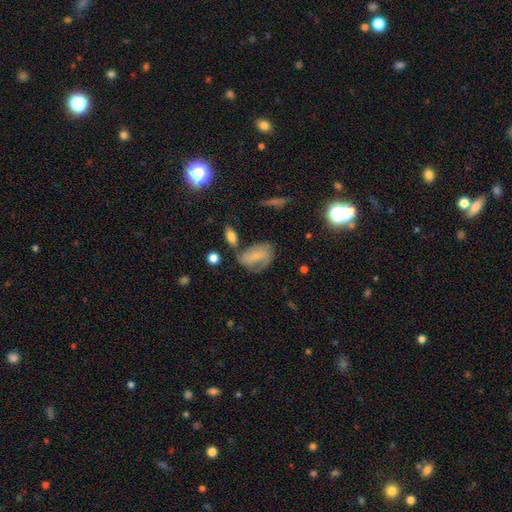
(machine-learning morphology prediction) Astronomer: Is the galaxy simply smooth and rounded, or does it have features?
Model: smooth — 54% (runner-up: featured or disk, 34%).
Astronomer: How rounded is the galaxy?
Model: in between — 80%.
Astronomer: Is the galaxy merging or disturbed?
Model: none — 46% (runner-up: minor disturbance, 27%).